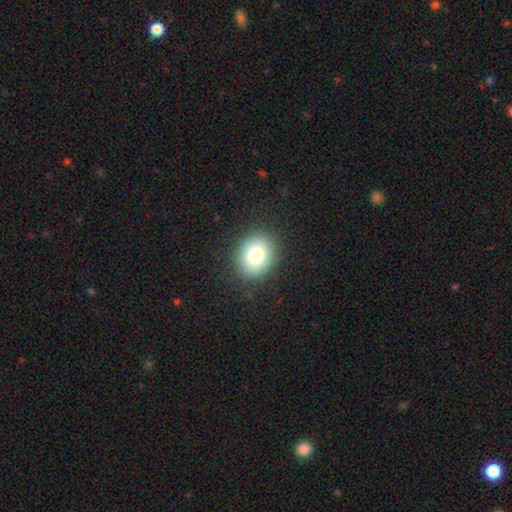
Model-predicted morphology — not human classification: type=smooth (78%); roundness=round (58%); merging=none (87%).